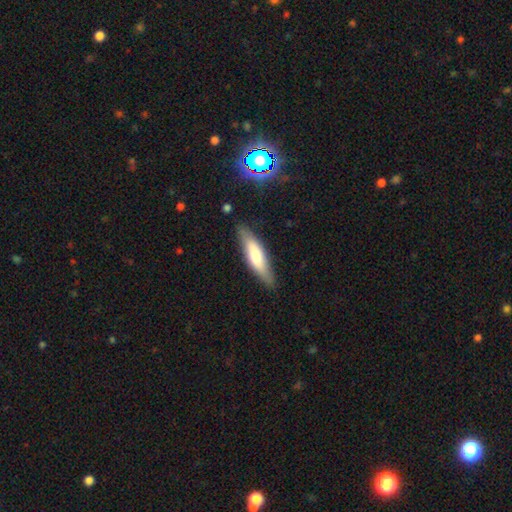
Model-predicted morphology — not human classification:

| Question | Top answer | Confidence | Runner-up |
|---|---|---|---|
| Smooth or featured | smooth | 66% | featured or disk (29%) |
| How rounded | cigar-shaped | 68% | in between (31%) |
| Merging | none | 83% | minor disturbance (13%) |